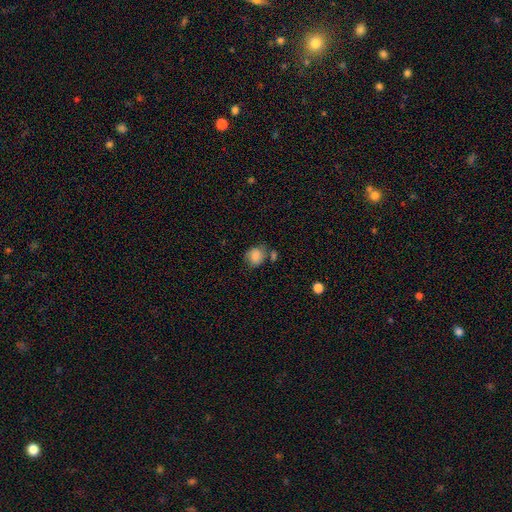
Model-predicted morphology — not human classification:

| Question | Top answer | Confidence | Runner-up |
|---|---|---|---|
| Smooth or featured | smooth | 78% | featured or disk (13%) |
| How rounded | round | 67% | in between (32%) |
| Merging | none | 57% | minor disturbance (22%) |